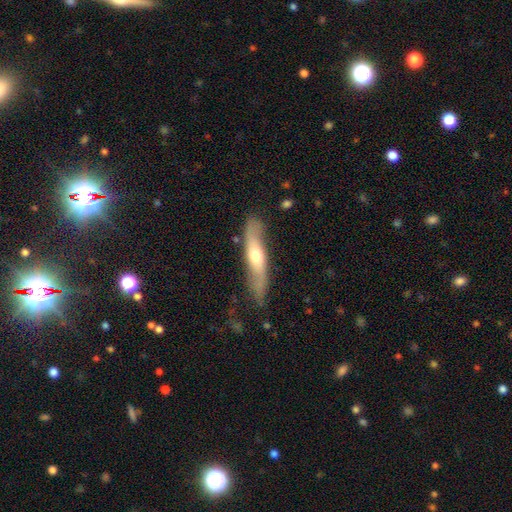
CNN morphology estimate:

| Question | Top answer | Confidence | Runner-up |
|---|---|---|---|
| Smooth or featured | featured or disk | 48% | smooth (47%) |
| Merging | none | 75% | minor disturbance (19%) |